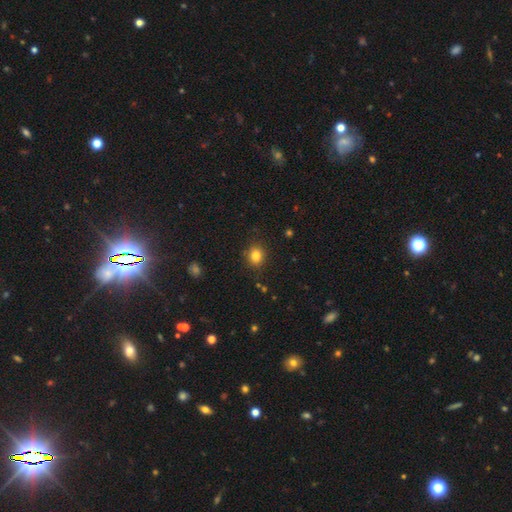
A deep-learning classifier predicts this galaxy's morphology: Smooth or featured? Predicted: smooth (p=0.83). How rounded? Predicted: round (p=0.75). Merging? Predicted: none (p=0.88).